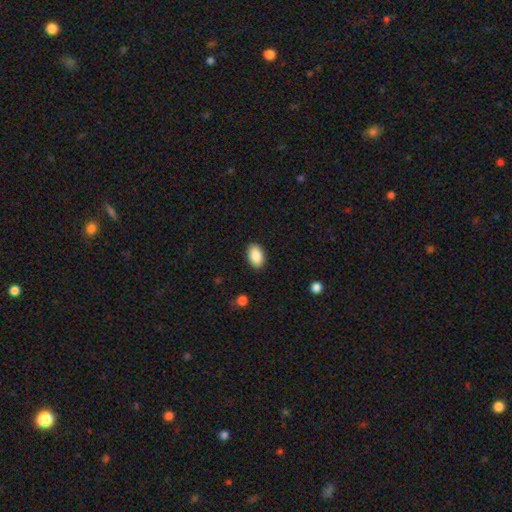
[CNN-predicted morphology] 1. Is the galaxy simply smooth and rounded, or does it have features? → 88% smooth, 7% star or artifact, 5% featured or disk.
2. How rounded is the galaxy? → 91% in between, 8% round, 1% cigar-shaped.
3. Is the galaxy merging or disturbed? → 89% none, 8% minor disturbance, 2% major disturbance, 1% merger.